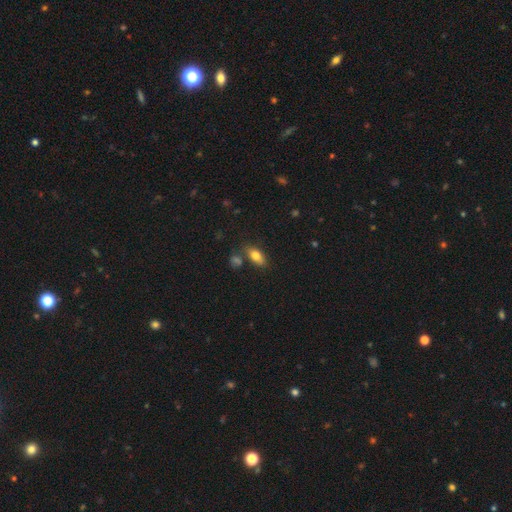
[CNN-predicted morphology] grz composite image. It shows a smooth galaxy with no disk features (77%) that is in between round and cigar-shaped (86%). Merging: none (72%).